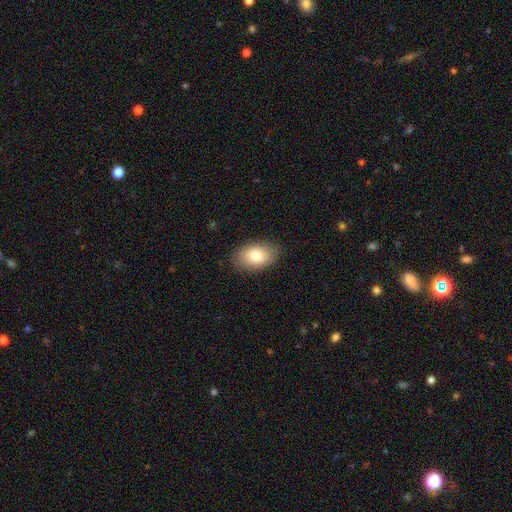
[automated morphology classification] Smooth or featured? Predicted: smooth (p=0.81). How rounded? Predicted: in between (p=0.90). Merging? Predicted: none (p=0.85).